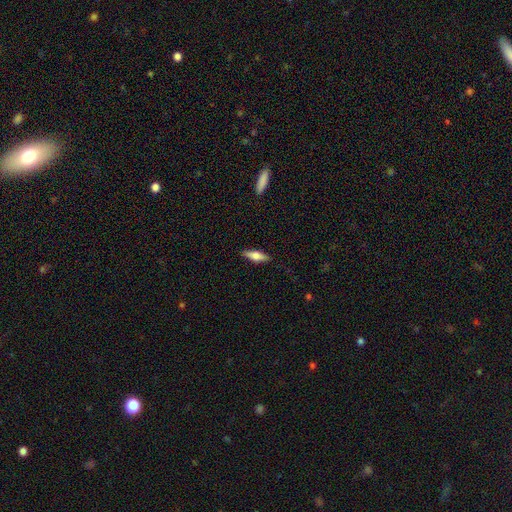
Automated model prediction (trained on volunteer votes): Overall: smooth (61%; featured or disk 33%). How rounded: cigar-shaped (50%; in between 47%). Merging: none (88%).